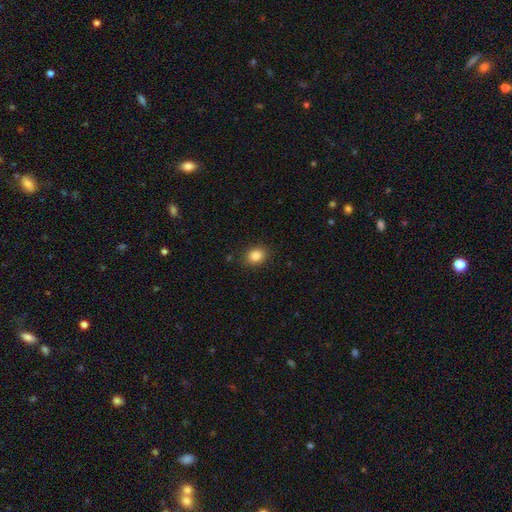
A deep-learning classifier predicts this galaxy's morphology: A smooth galaxy with no disk features (85%) that is in between round and cigar-shaped (50%). Merging: none (87%).